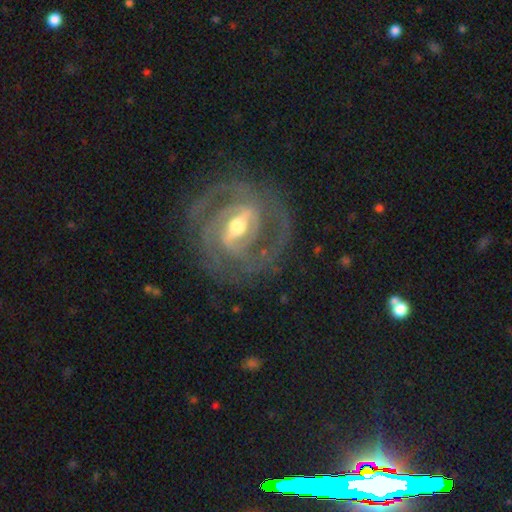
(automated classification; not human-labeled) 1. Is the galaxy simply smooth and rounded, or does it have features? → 84% featured or disk, 9% star or artifact, 7% smooth.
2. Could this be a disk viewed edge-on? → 94% no, 6% yes.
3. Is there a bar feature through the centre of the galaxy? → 56% strong, 33% weak, 12% no.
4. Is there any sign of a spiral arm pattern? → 92% yes, 8% no.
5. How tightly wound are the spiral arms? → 59% tight, 33% medium, 7% loose.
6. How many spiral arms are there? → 53% 2, 20% can't tell, 12% 3, 6% 4, 4% 1, 4% more than 4.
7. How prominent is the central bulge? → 51% moderate, 42% small, 4% large, 1% none, 1% dominant.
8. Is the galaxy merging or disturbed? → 80% none, 11% minor disturbance, 8% major disturbance, 1% merger.